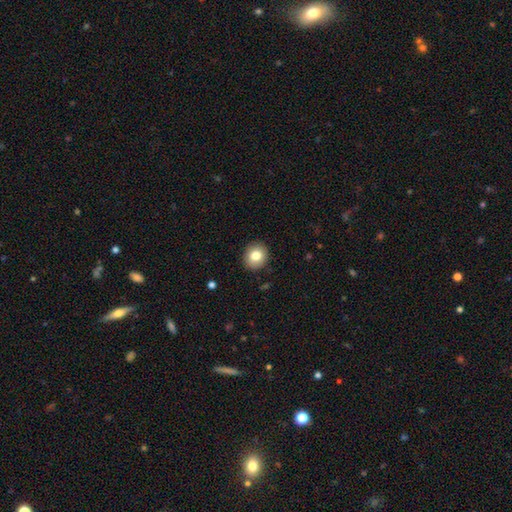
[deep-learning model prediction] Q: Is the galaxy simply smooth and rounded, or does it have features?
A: smooth — 81%.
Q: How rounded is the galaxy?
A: round — 77%.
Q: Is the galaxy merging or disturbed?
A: none — 91%.